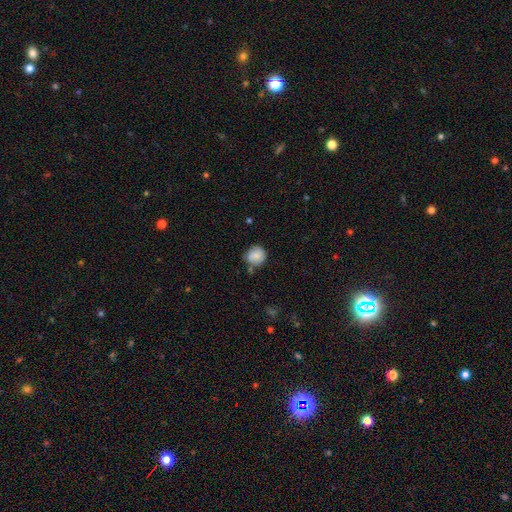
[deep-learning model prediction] Smooth or featured?
  - smooth: 83% *
  - featured or disk: 9%
  - star or artifact: 8%
How rounded?
  - round: 86% *
  - in between: 13%
  - cigar-shaped: 1%
Merging?
  - none: 66% *
  - minor disturbance: 21%
  - merger: 9%
  - major disturbance: 5%